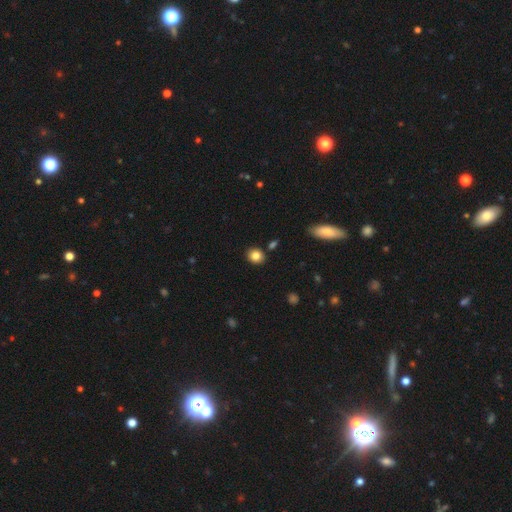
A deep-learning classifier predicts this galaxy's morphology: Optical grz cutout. It shows a smooth galaxy with no disk features (84%) that is round (68%). Merging: none (86%).